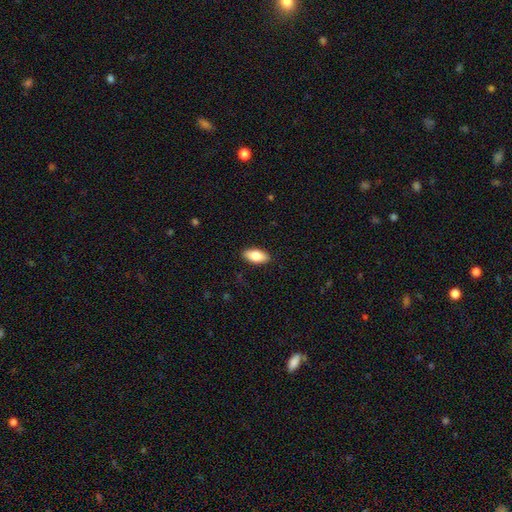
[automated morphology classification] type=smooth (80%); roundness=in between (90%); merging=none (89%).